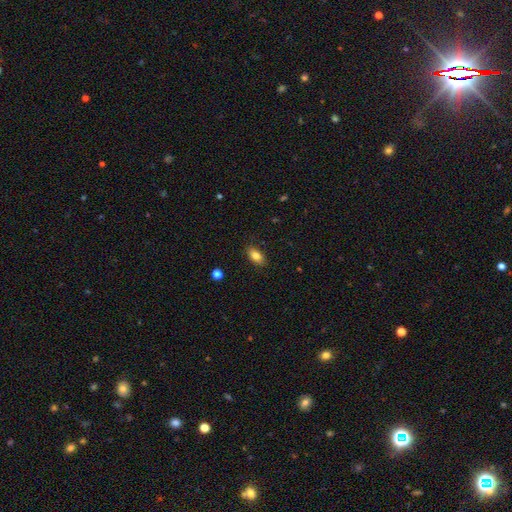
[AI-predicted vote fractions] Overall: smooth (83%). How rounded: in between (90%). Merging: none (87%).